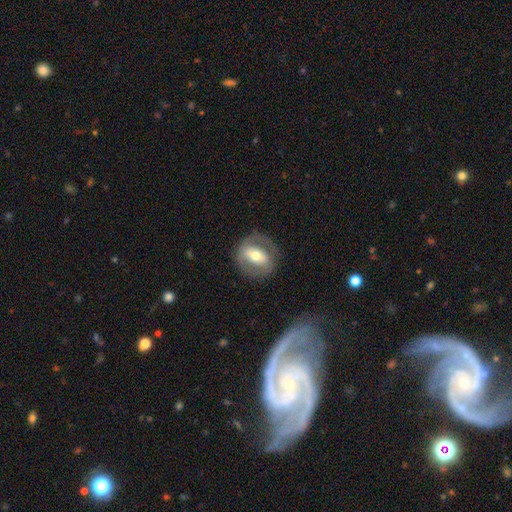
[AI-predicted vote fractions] A featured or disk galaxy (56%) with a strong bar (41%), no spiral arms (63%) and a moderate central bulge (67%).

Vote fractions:
- Smooth or featured? featured or disk: 56% / smooth: 37% / star or artifact: 7%
- Edge-on disk? no: 91% / yes: 9%
- Bar? strong: 41% / weak: 30% / no: 28%
- Spiral arms? no: 63% / yes: 37%
- Bulge size? moderate: 67% / small: 19% / large: 11% / dominant: 1% / none: 1%
- Merging? none: 77% / minor disturbance: 14% / major disturbance: 9% / merger: 1%